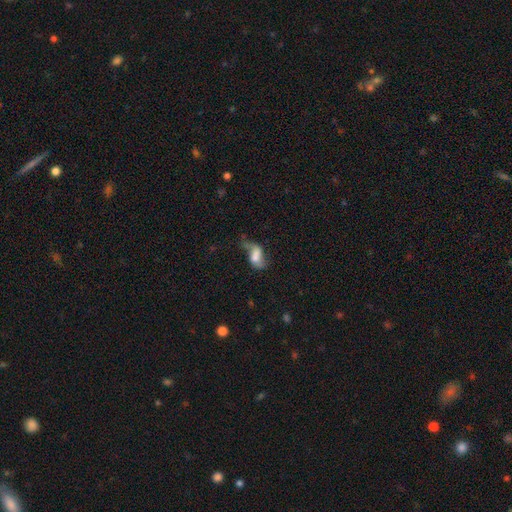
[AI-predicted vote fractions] The model was most divided on "merging": none: 36%, major disturbance: 29%, minor disturbance: 25%, merger: 10%. Remaining: smooth or featured — featured or disk (48%).